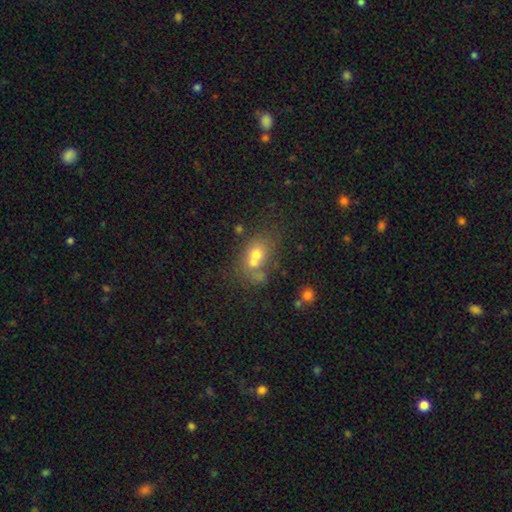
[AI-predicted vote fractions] Overall: smooth (63%). How rounded: in between (51%; round 48%). Merging: merger (49%; none 34%).